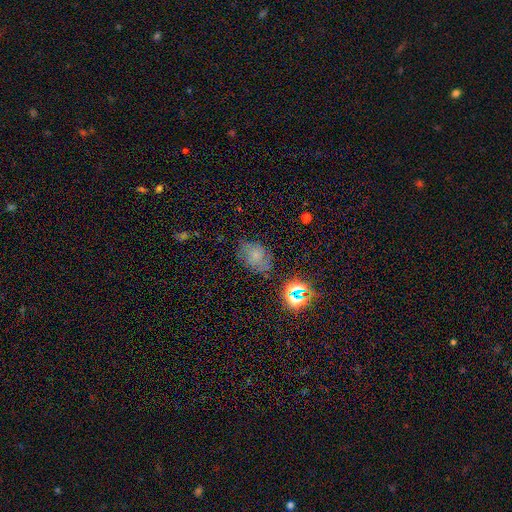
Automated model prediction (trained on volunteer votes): Smooth or featured? smooth (48%)
Merging? none (68%)